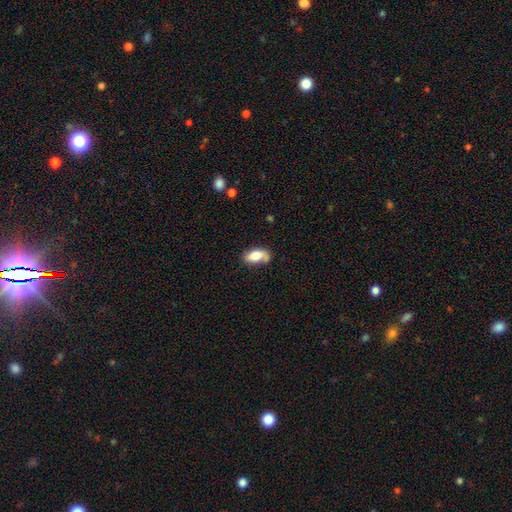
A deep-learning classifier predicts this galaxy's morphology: This is likely a smooth galaxy (71%). How rounded: clearly in between (91%). Merging: possibly none (52%).